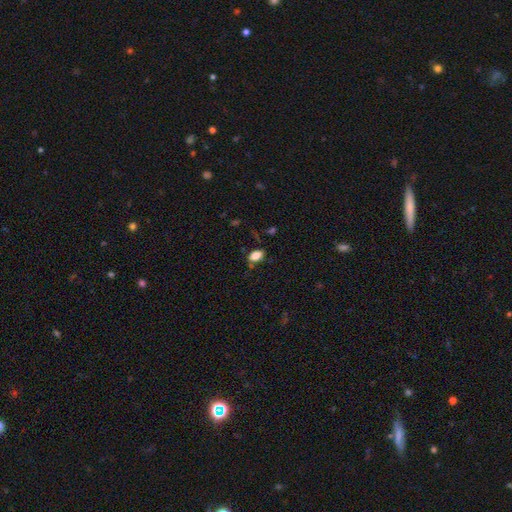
Q: Smooth or featured?
A: smooth (89%); runner-up: featured or disk (5%)
Q: How rounded?
A: in between (97%); runner-up: cigar-shaped (3%)
Q: Merging?
A: none (83%); runner-up: minor disturbance (11%)